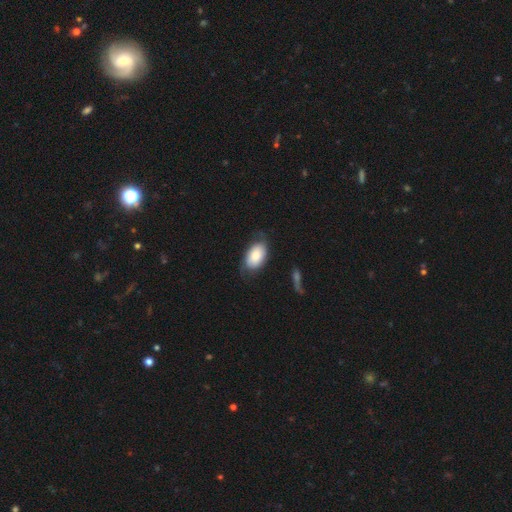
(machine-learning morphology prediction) Smooth or featured?
  - smooth: 78% *
  - featured or disk: 16%
  - star or artifact: 6%
How rounded?
  - in between: 92% *
  - round: 7%
  - cigar-shaped: 1%
Merging?
  - none: 63% *
  - minor disturbance: 25%
  - major disturbance: 9%
  - merger: 3%